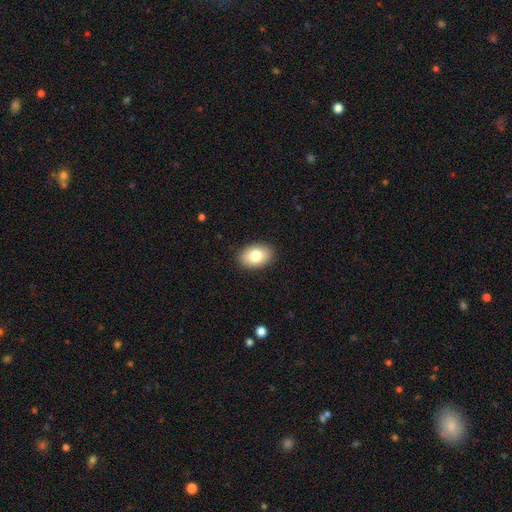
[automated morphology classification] Q: Smooth or featured?
A: smooth (81%); runner-up: featured or disk (11%)
Q: How rounded?
A: in between (86%); runner-up: round (13%)
Q: Merging?
A: none (89%); runner-up: minor disturbance (8%)